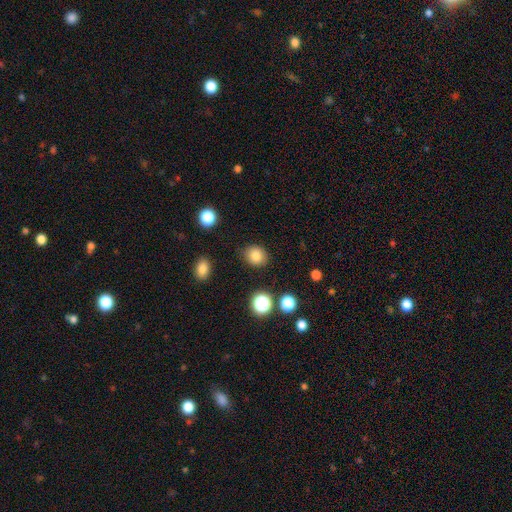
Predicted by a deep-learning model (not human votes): A smooth galaxy with no disk features (83%) that is round (68%).

Vote fractions:
- Smooth or featured? smooth: 83% / star or artifact: 11% / featured or disk: 6%
- How rounded? round: 68% / in between: 31% / cigar-shaped: 1%
- Merging? none: 85% / minor disturbance: 10% / major disturbance: 3% / merger: 2%